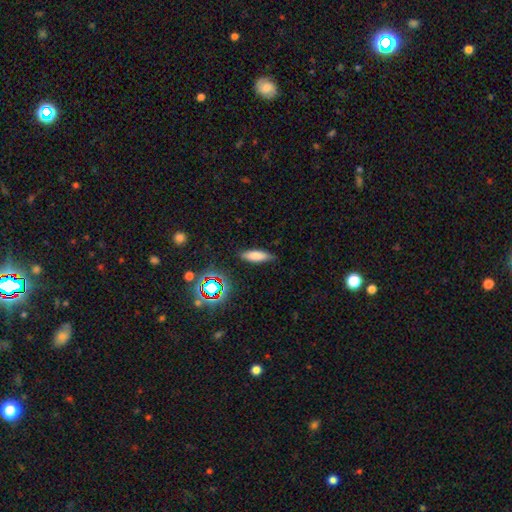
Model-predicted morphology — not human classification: Overall: smooth (73%). How rounded: cigar-shaped (52%; in between 45%). Merging: none (84%).